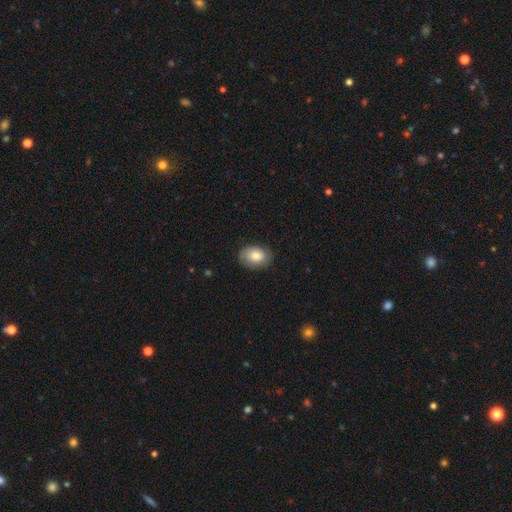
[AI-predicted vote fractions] A smooth galaxy with no disk features (77%) that is in between round and cigar-shaped (77%). Merging: none (80%).